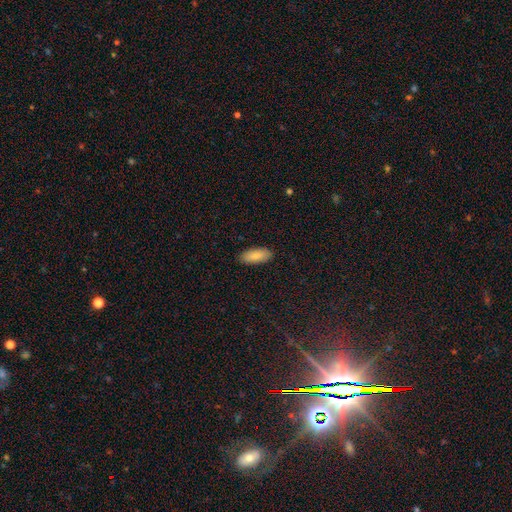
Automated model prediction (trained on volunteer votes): Smooth or featured: smooth — 86% (featured or disk — 8%)
How rounded: in between — 84% (cigar-shaped — 14%)
Merging: none — 89% (minor disturbance — 8%)